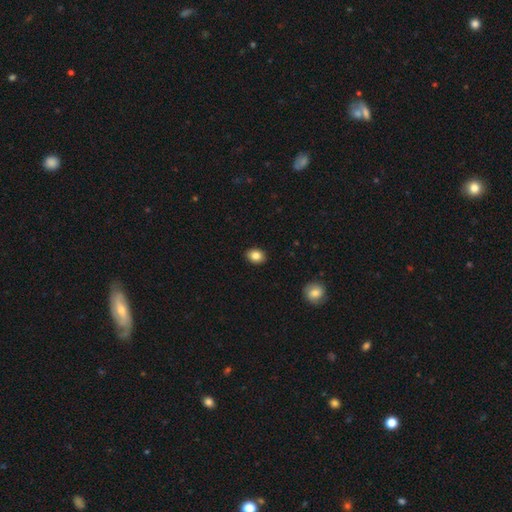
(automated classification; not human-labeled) smooth_or_featured: smooth (p=0.85) [alt: star or artifact p=0.09]
how_rounded: in between (p=0.61) [alt: round p=0.38]
merging: none (p=0.90) [alt: minor disturbance p=0.07]